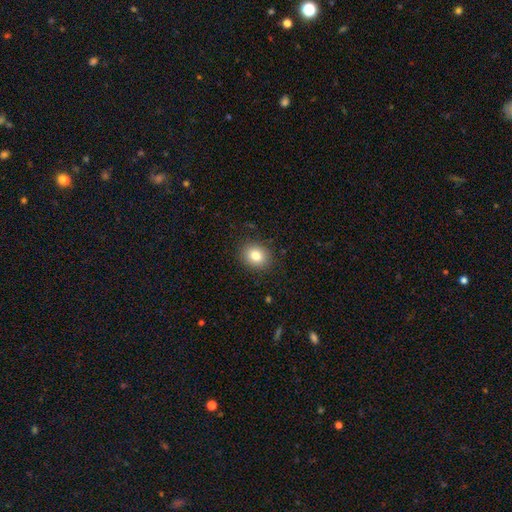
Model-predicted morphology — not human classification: This is clearly a smooth galaxy (81%). How rounded: possibly round (58%). Merging: clearly none (88%).